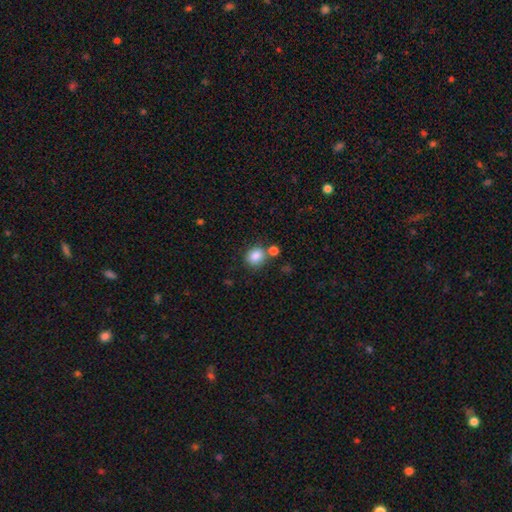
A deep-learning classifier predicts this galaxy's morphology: smooth_or_featured: smooth (p=0.86) [alt: star or artifact p=0.09]
how_rounded: round (p=0.66) [alt: in between p=0.33]
merging: none (p=0.67) [alt: merger p=0.16]